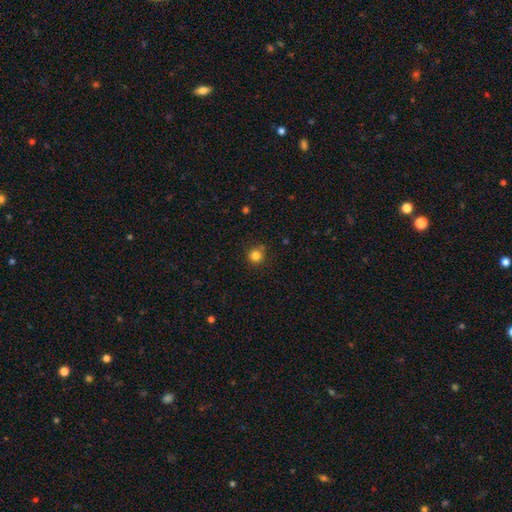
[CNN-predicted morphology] type=smooth (83%); roundness=round (94%); merging=none (82%).